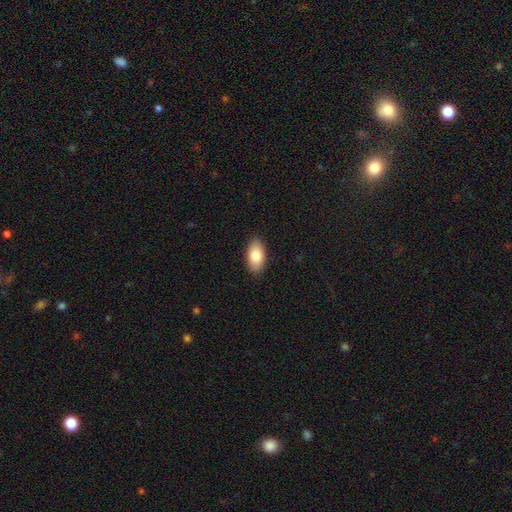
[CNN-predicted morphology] Smooth or featured: smooth — 81% (featured or disk — 13%)
How rounded: in between — 94% (round — 4%)
Merging: none — 89% (minor disturbance — 8%)